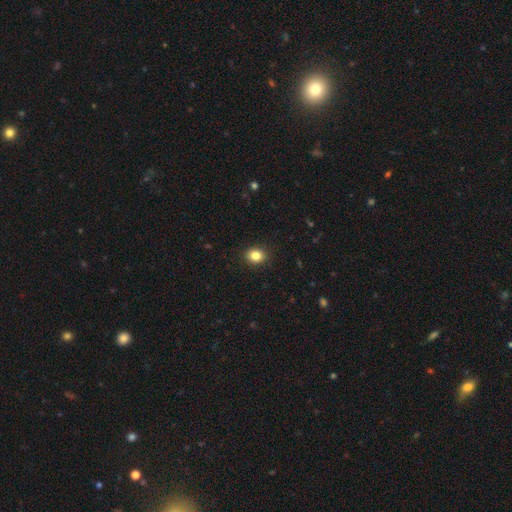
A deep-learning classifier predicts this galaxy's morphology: A smooth galaxy with no disk features (85%) that is round (58%).

Vote fractions:
- Smooth or featured? smooth: 85% / star or artifact: 10% / featured or disk: 5%
- How rounded? round: 58% / in between: 41% / cigar-shaped: 1%
- Merging? none: 91% / minor disturbance: 7% / major disturbance: 2% / merger: 1%